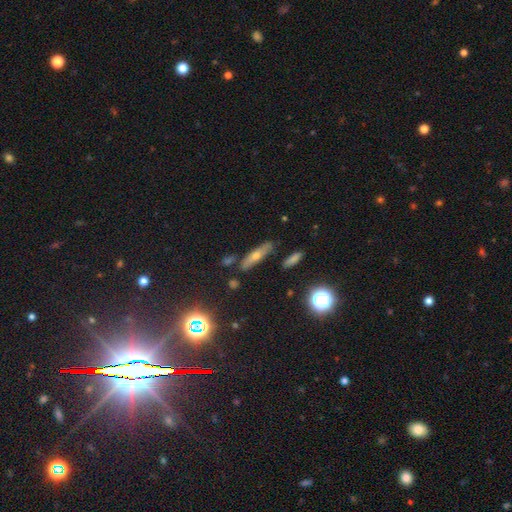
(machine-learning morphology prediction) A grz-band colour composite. It shows a smooth galaxy with no disk features (42%). Merging: none (82%).